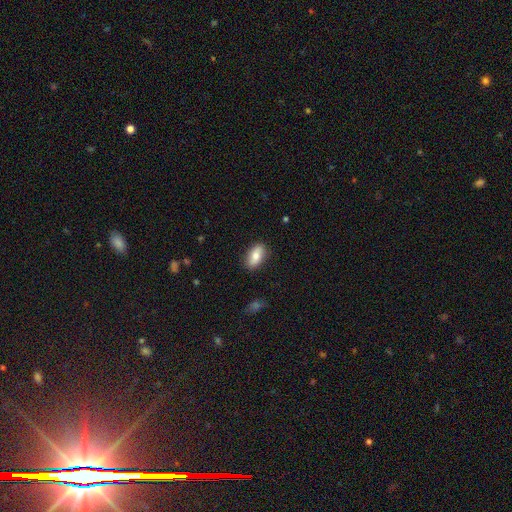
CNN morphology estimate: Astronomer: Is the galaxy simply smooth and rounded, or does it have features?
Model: smooth — 77%.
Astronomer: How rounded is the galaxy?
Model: in between — 88%.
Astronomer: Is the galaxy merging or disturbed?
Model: none — 85%.